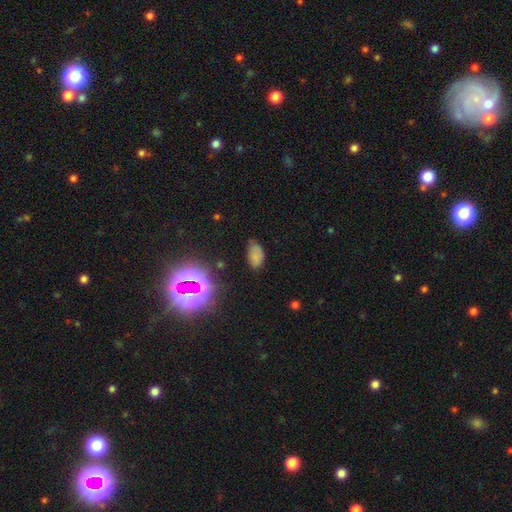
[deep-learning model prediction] A smooth galaxy with no disk features (69%) that is in between round and cigar-shaped (93%). Merging: none (64%).